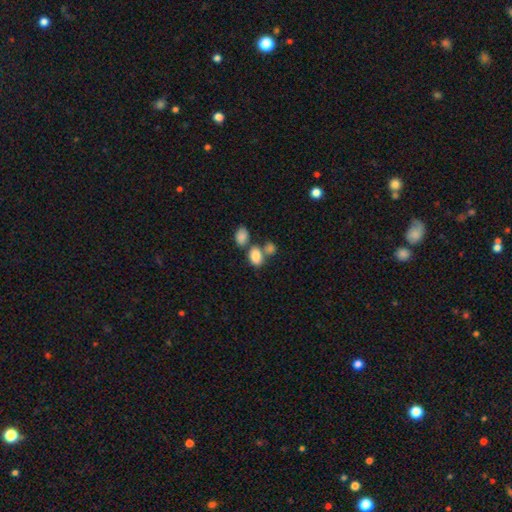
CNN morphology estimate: This is clearly a smooth galaxy (83%). How rounded: clearly in between (82%). Merging: marginally none (43%).